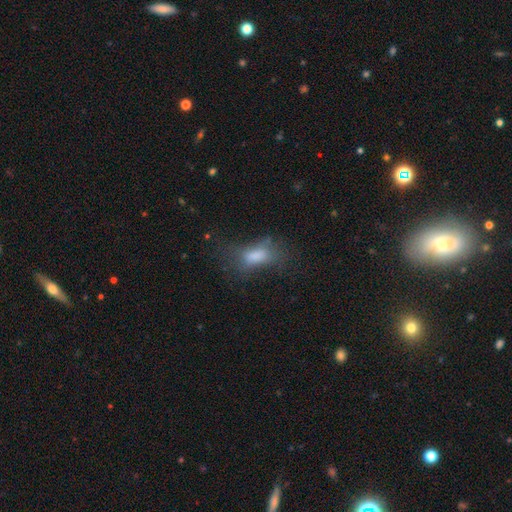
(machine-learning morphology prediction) The model was most divided on "merging": none: 48%, major disturbance: 26%, minor disturbance: 23%, merger: 3%. More confident: how rounded — in between (79%); smooth or featured — smooth (66%).